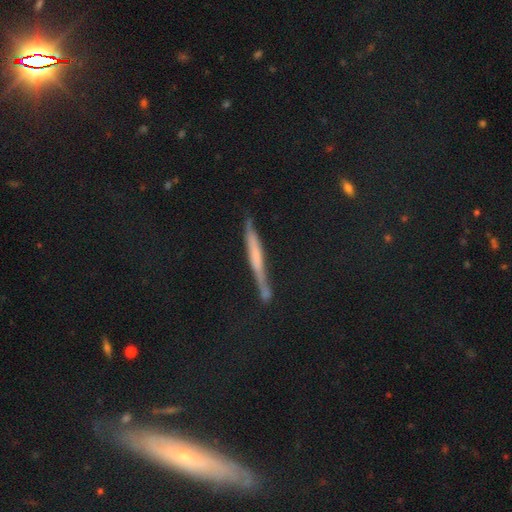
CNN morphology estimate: The model was most divided on "smooth or featured": smooth: 40%, featured or disk: 37%, star or artifact: 22%. More confident: merging — none (70%).